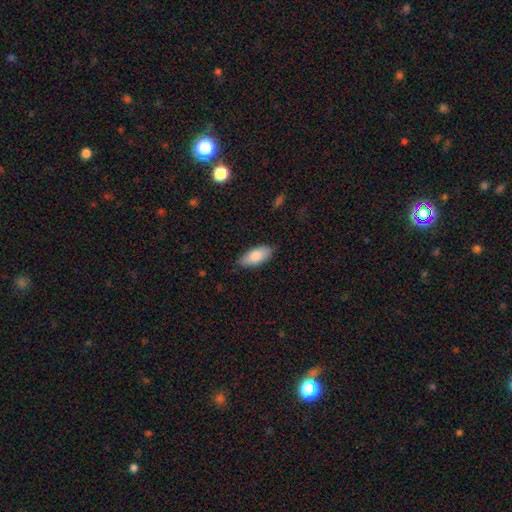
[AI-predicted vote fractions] smooth_or_featured: smooth (p=0.81) [alt: featured or disk p=0.13]
how_rounded: in between (p=0.87) [alt: cigar-shaped p=0.11]
merging: none (p=0.84) [alt: minor disturbance p=0.12]